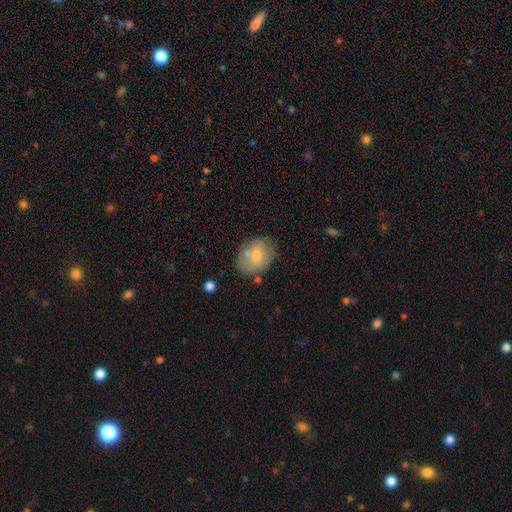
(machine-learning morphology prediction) This is likely a smooth galaxy (65%). How rounded: likely in between (61%). Merging: likely none (62%).